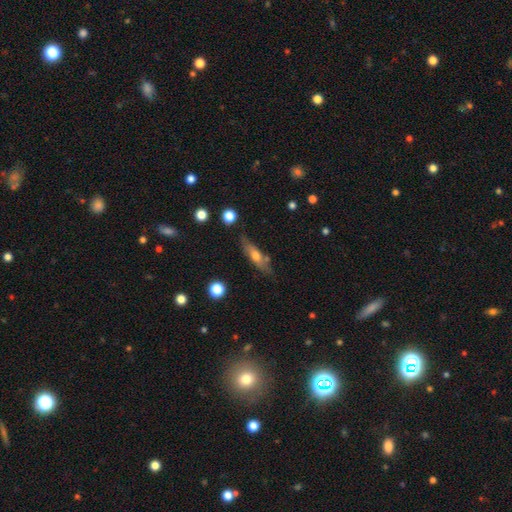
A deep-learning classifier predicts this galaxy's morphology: Smooth or featured? smooth (51%)
How rounded? cigar-shaped (58%)
Merging? none (68%)